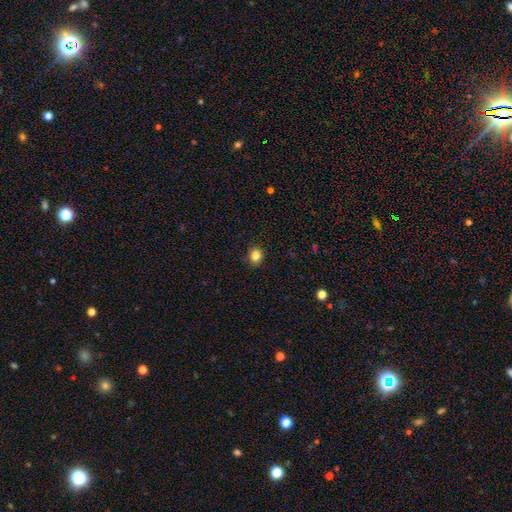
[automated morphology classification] Smooth or featured?
  - smooth: 84% *
  - star or artifact: 11%
  - featured or disk: 5%
How rounded?
  - round: 69% *
  - in between: 30%
  - cigar-shaped: 1%
Merging?
  - none: 88% *
  - minor disturbance: 9%
  - major disturbance: 2%
  - merger: 1%